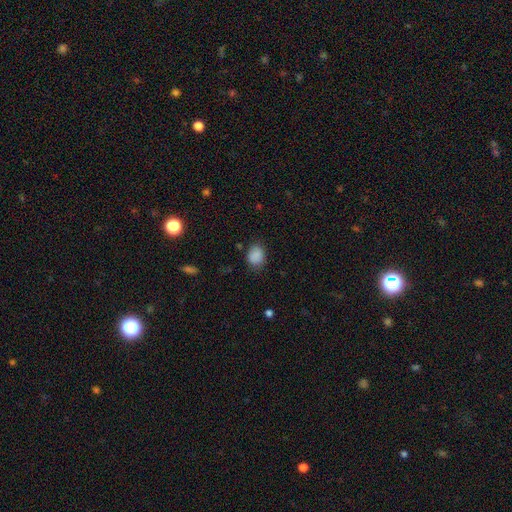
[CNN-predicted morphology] type=smooth (87%); roundness=in between (53%); merging=none (78%).